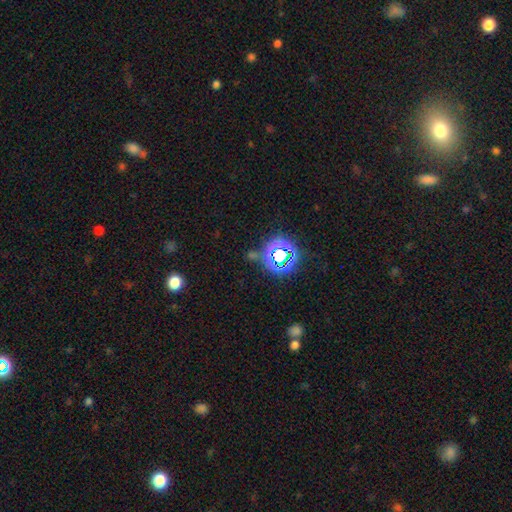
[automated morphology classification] The model was most divided on "smooth or featured": star or artifact: 74%, smooth: 18%, featured or disk: 9%.